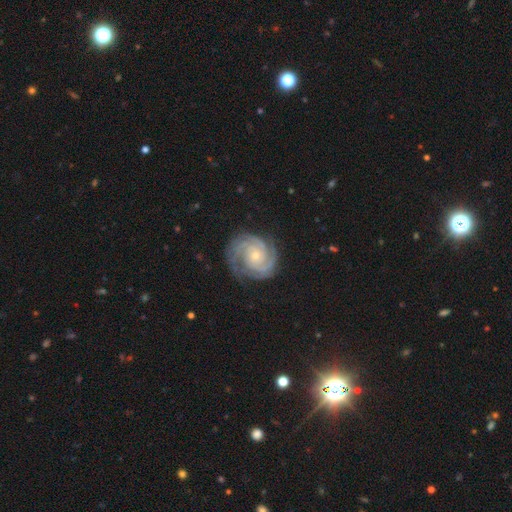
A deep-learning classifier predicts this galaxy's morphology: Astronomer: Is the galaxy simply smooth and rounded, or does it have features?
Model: featured or disk — 91%.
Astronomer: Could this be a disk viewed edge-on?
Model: no — 98%.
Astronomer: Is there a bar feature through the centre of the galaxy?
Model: no — 76%.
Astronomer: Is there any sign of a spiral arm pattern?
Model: yes — 98%.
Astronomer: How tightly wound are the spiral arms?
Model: tight — 76%.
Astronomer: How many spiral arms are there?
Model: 2 — 34% (runner-up: 3, 31%).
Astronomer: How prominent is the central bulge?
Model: small — 74%.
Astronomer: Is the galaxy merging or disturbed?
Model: none — 78%.